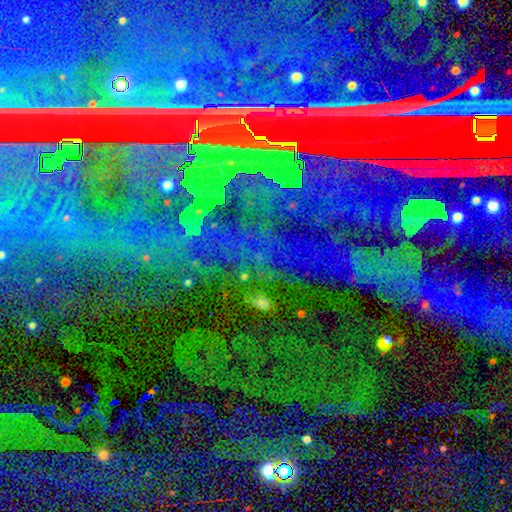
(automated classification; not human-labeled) smooth-or-featured: star or artifact: 83% | featured or disk: 11% | smooth: 6%